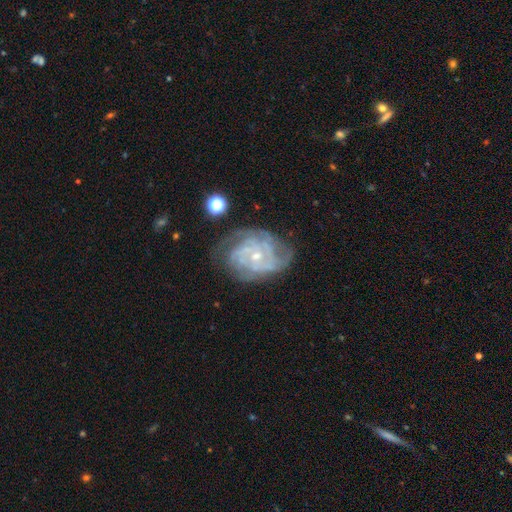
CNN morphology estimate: Overall: featured or disk (86%). Edge-on disk: no (97%). Bar: no (72%). Spiral arms: yes (95%). Spiral arm count: can't tell (27%; 3 23%). Spiral winding: tight (65%; medium 29%). Bulge size: small (72%). Merging: none (65%).